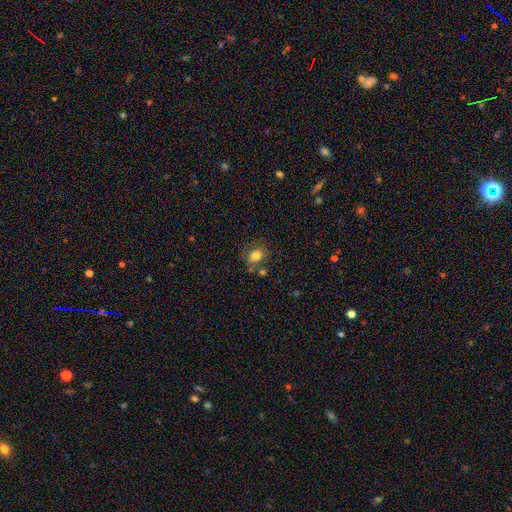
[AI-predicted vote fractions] smooth_or_featured: smooth (p=0.80) [alt: star or artifact p=0.11]
how_rounded: round (p=0.60) [alt: in between p=0.39]
merging: none (p=0.68) [alt: minor disturbance p=0.16]